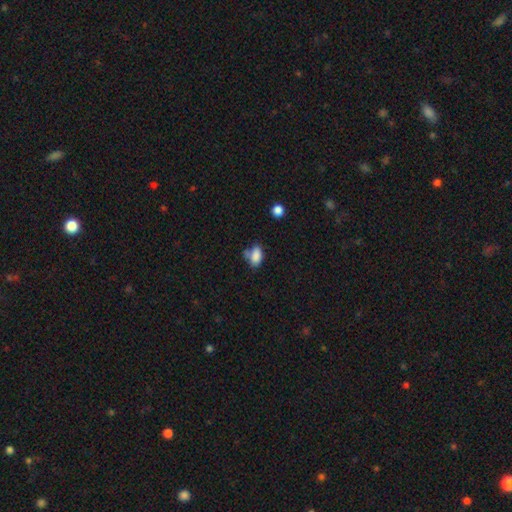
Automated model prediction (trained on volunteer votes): Smooth or featured: smooth — 84% (star or artifact — 9%)
How rounded: in between — 89% (round — 8%)
Merging: none — 51% (minor disturbance — 23%)